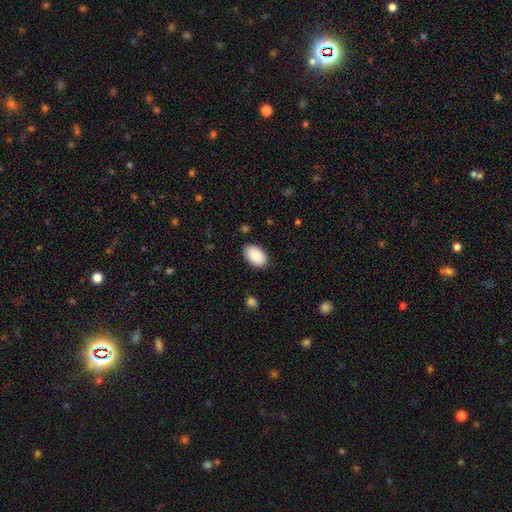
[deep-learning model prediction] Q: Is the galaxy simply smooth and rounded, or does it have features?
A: smooth — 88%.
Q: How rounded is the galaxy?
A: in between — 93%.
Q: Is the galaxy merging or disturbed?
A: none — 87%.